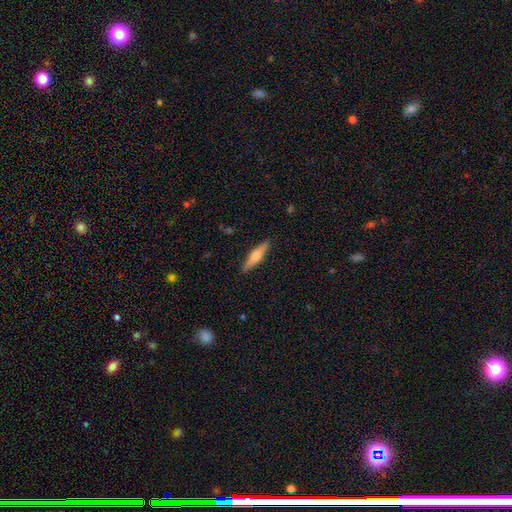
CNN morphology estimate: The model was most divided on "smooth or featured": featured or disk: 51%, smooth: 44%, star or artifact: 6%. More confident: edge-on disk — yes (95%); merging — none (90%).